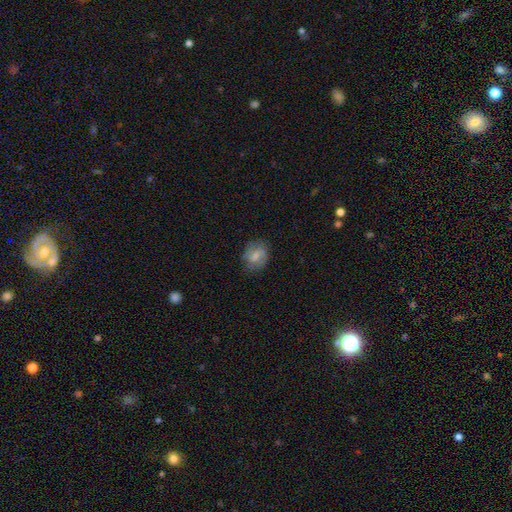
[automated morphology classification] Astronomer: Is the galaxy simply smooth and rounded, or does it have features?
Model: smooth — 53% (runner-up: featured or disk, 39%).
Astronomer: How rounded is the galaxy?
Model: in between — 49%, tied with round at 49%.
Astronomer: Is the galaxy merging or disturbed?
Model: none — 76%.